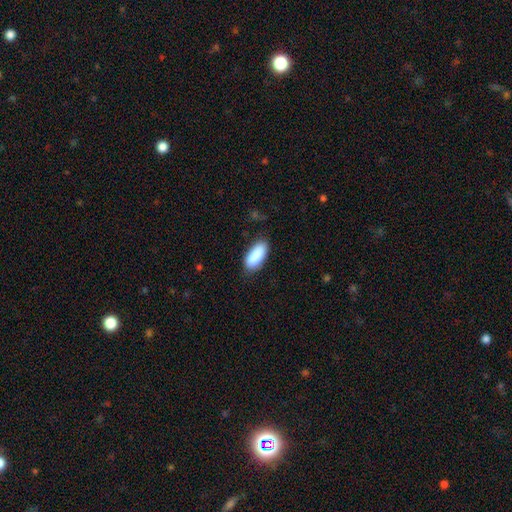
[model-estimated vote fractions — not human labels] Q: Smooth or featured?
A: smooth (89%); runner-up: star or artifact (6%)
Q: How rounded?
A: in between (82%); runner-up: cigar-shaped (16%)
Q: Merging?
A: none (81%); runner-up: minor disturbance (15%)